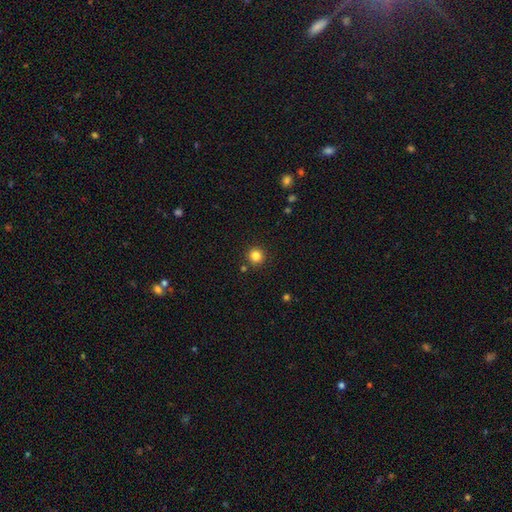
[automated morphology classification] Smooth or featured?
  - smooth: 84% *
  - star or artifact: 12%
  - featured or disk: 4%
How rounded?
  - round: 94% *
  - in between: 5%
  - cigar-shaped: 1%
Merging?
  - none: 89% *
  - minor disturbance: 6%
  - merger: 3%
  - major disturbance: 2%